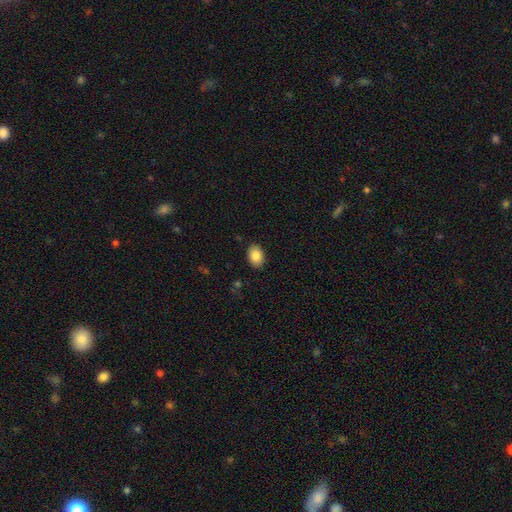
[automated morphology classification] The model was most divided on "how rounded": in between: 81%, round: 18%, cigar-shaped: 1%. More confident: merging — none (89%); smooth or featured — smooth (86%).